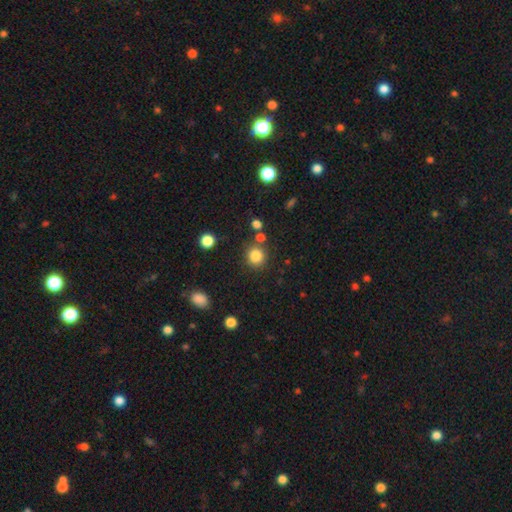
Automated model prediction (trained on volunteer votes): smooth-or-featured: smooth: 83% | star or artifact: 12% | featured or disk: 5%
  how-rounded: round: 89% | in between: 10% | cigar-shaped: 1%
  merging: none: 81% | minor disturbance: 8% | merger: 7% | major disturbance: 3%